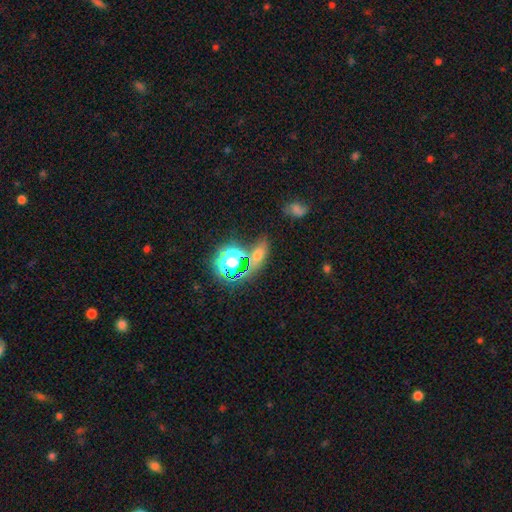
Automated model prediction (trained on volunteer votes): Q: Smooth or featured?
A: star or artifact (53%); runner-up: smooth (35%)